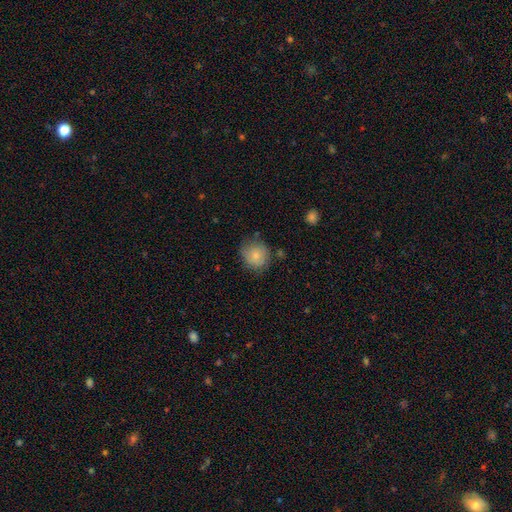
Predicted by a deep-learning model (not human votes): This appears to be a smooth galaxy with no disk features (81%) that is round (84%). Merging: none (69%).